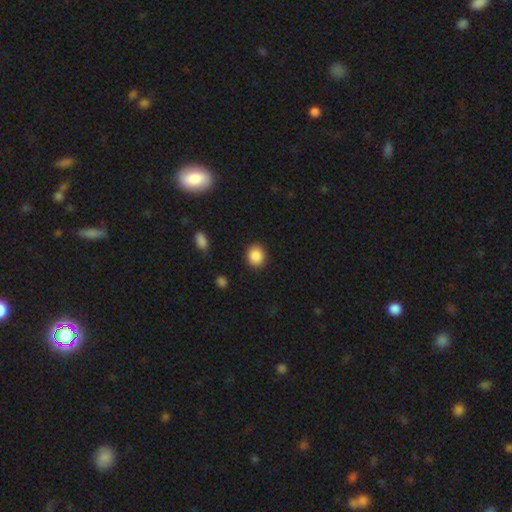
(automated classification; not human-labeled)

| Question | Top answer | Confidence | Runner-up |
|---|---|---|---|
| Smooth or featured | smooth | 88% | star or artifact (8%) |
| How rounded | round | 79% | in between (20%) |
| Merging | none | 90% | minor disturbance (7%) |